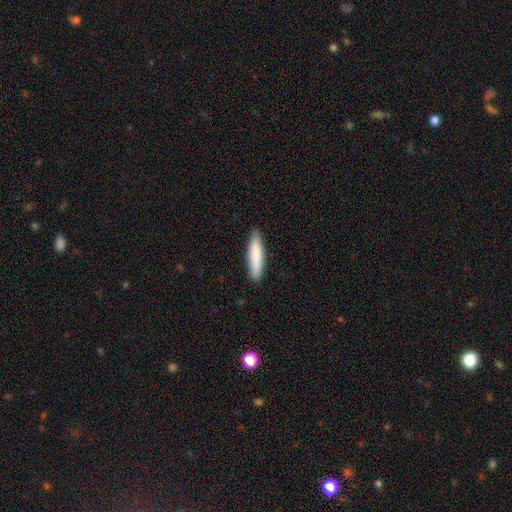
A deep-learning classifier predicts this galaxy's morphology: This appears to be a smooth galaxy with no disk features (84%) that is cigar-shaped (81%). Merging: none (89%).